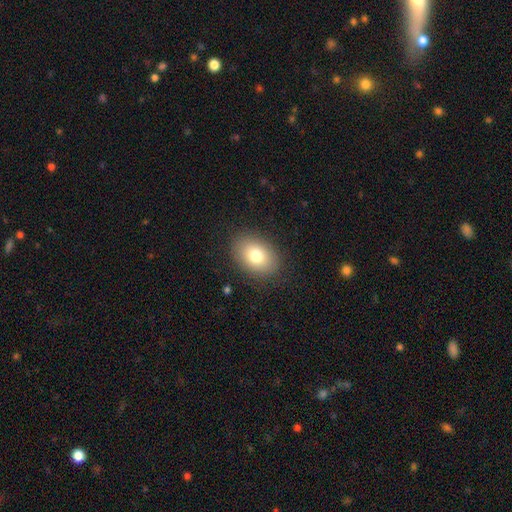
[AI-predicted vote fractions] smooth_or_featured: smooth (p=0.78) [alt: featured or disk p=0.12]
how_rounded: in between (p=0.78) [alt: round p=0.21]
merging: none (p=0.87) [alt: minor disturbance p=0.09]